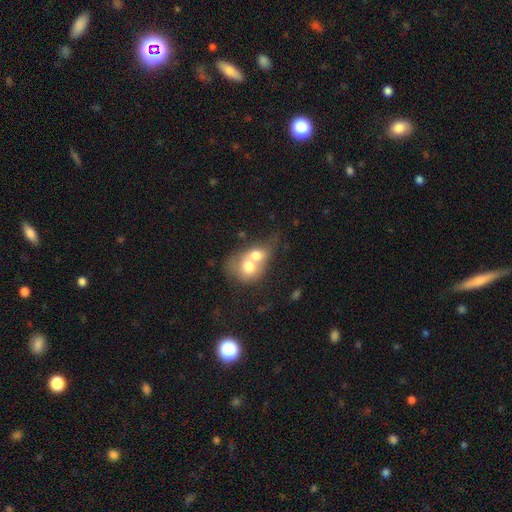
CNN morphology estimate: smooth_or_featured: smooth (p=0.65) [alt: featured or disk p=0.27]
how_rounded: round (p=0.56) [alt: in between p=0.42]
merging: merger (p=0.79) [alt: none p=0.12]